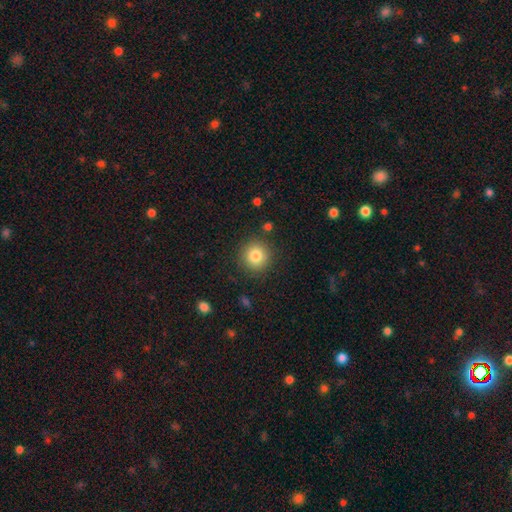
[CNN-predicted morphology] A smooth galaxy with no disk features (82%) that is round (93%). Merging: none (88%).